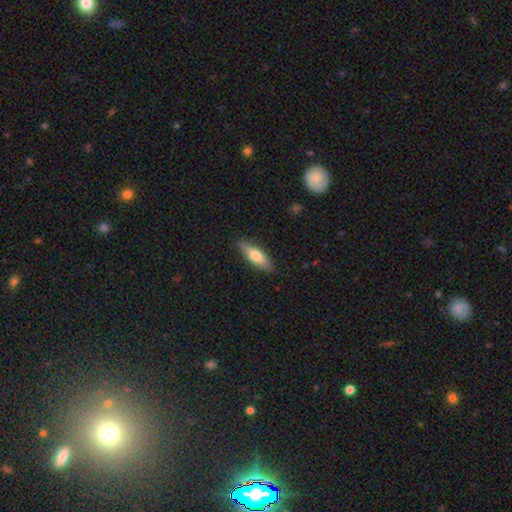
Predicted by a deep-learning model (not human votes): This appears to be a smooth galaxy with no disk features (58%) that is cigar-shaped (61%). Merging: none (87%).